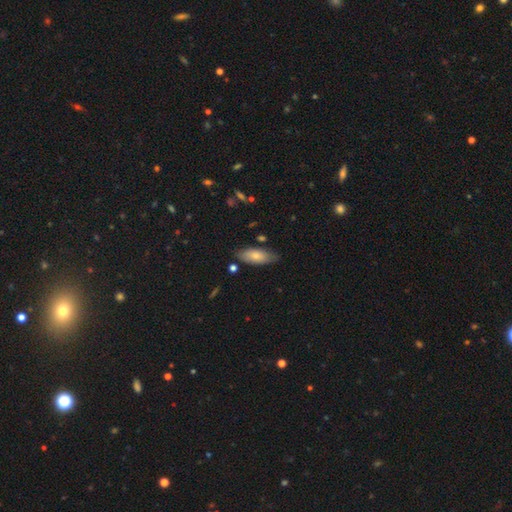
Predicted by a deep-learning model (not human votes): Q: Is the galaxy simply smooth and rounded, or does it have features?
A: smooth — 74%.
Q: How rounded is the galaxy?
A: in between — 80%.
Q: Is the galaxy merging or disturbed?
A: none — 75%.